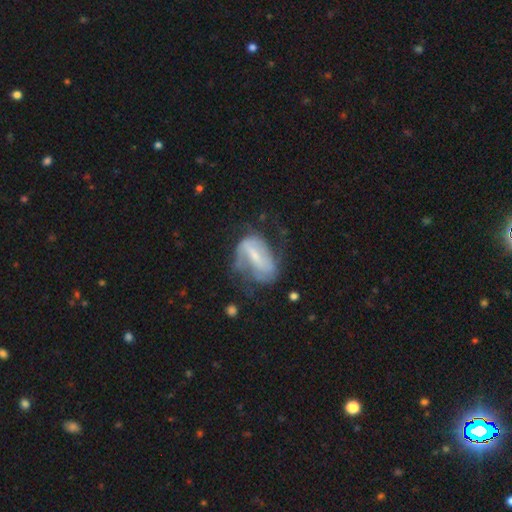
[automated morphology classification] The model was most divided on "bar": strong: 46%, weak: 38%, no: 16%. Remaining: edge-on disk — no (95%); spiral arms — yes (77%); smooth or featured — featured or disk (70%); spiral arm count — 2 (55%); bulge size — small (53%); spiral winding — medium (40%); merging — none (39%).